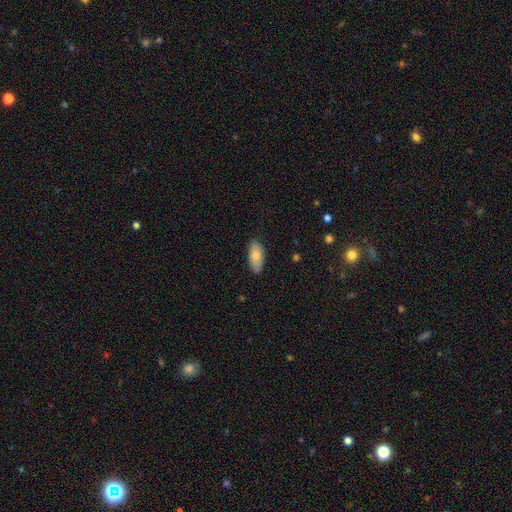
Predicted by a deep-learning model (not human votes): The model was most divided on "smooth or featured": smooth: 81%, featured or disk: 13%, star or artifact: 6%. More confident: how rounded — in between (89%); merging — none (84%).